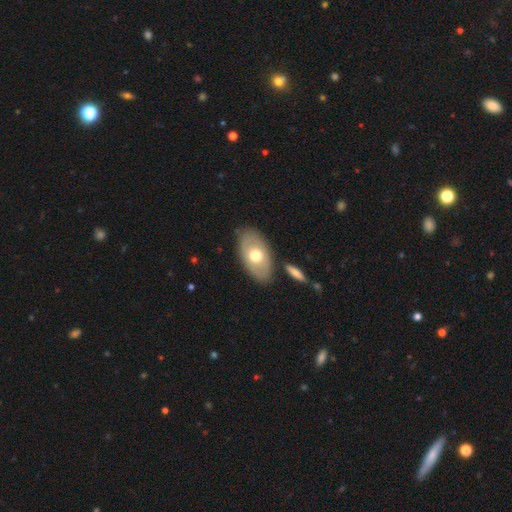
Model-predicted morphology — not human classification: smooth_or_featured: smooth (p=0.56) [alt: featured or disk p=0.39]
how_rounded: in between (p=0.91) [alt: round p=0.07]
merging: none (p=0.79) [alt: minor disturbance p=0.13]